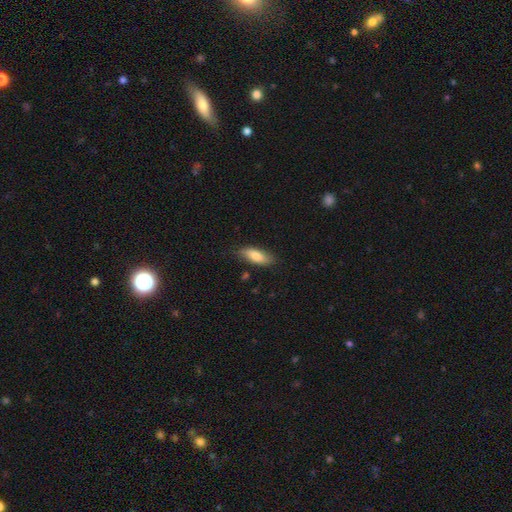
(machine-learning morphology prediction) Overall: smooth (79%). How rounded: in between (73%). Merging: none (80%).